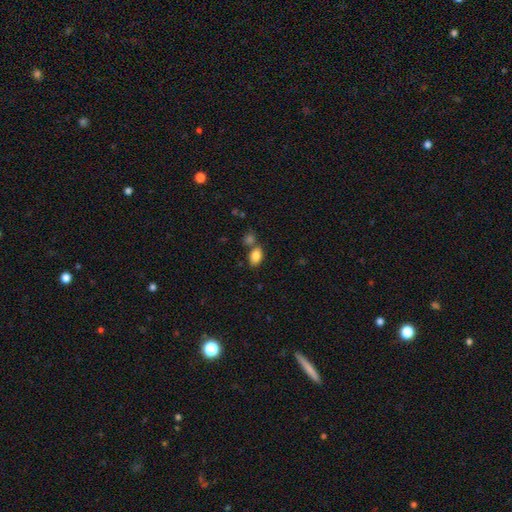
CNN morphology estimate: Overall: smooth (84%). How rounded: in between (87%). Merging: none (61%; merger 24%).